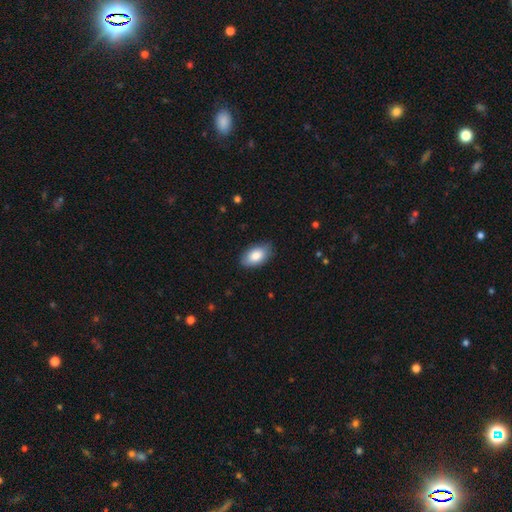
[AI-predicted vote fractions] smooth 83%, featured or disk 11%, star or artifact 6%. Down the decision tree: how rounded — in between (94%); merging — none (80%).